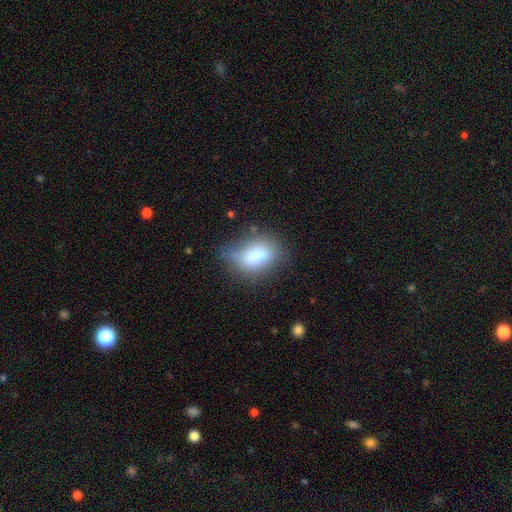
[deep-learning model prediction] Smooth or featured: smooth — 75% (featured or disk — 16%)
How rounded: in between — 83% (round — 14%)
Merging: none — 53% (minor disturbance — 31%)